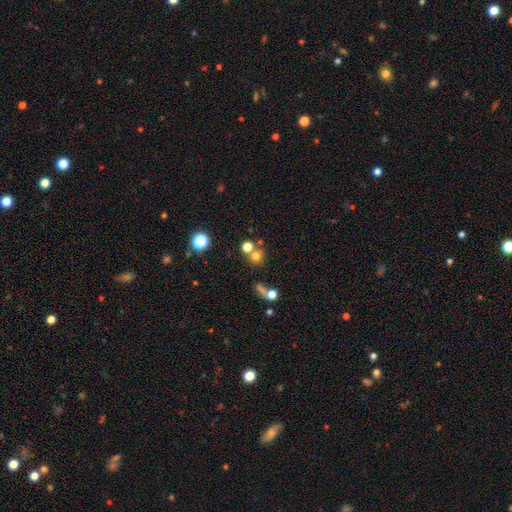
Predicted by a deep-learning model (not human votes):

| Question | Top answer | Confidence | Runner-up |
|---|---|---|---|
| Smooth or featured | smooth | 69% | star or artifact (20%) |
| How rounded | round | 86% | in between (13%) |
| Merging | none | 58% | merger (29%) |